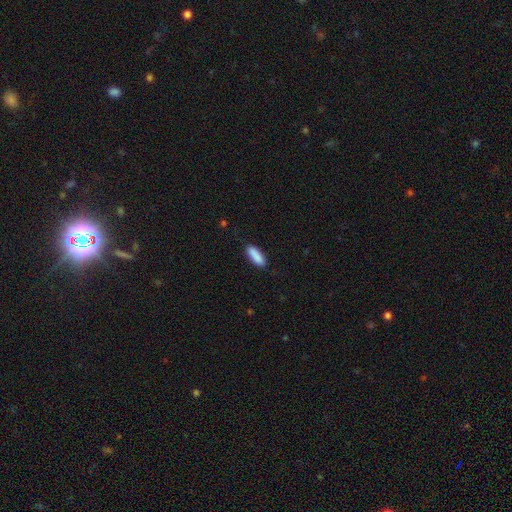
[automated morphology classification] A smooth galaxy with no disk features (89%) that is in between round and cigar-shaped (60%).

Vote fractions:
- Smooth or featured? smooth: 89% / star or artifact: 6% / featured or disk: 4%
- How rounded? in between: 60% / cigar-shaped: 38% / round: 2%
- Merging? none: 86% / minor disturbance: 10% / major disturbance: 2% / merger: 1%